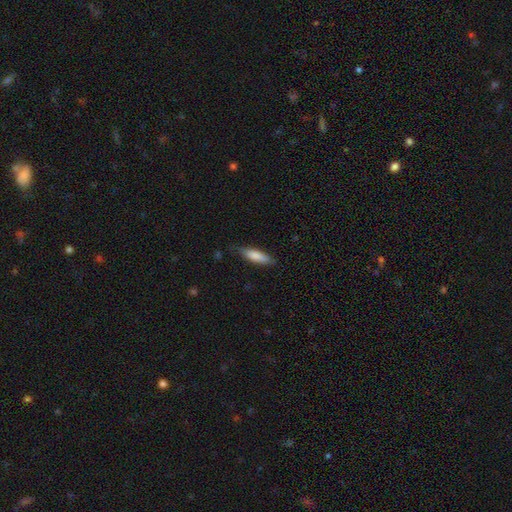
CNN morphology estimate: The model was most divided on "how rounded": cigar-shaped: 61%, in between: 37%, round: 2%. More confident: smooth or featured — smooth (79%); merging — none (78%).